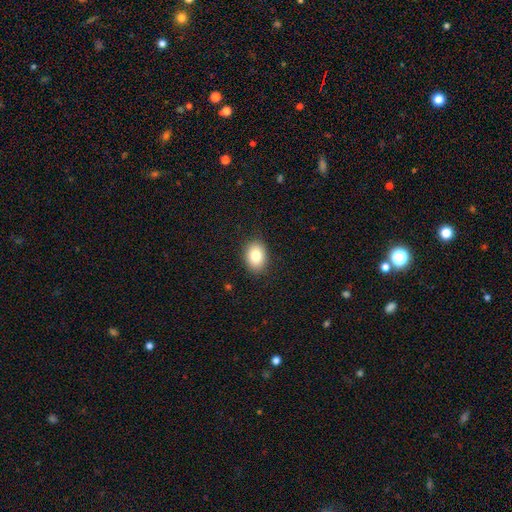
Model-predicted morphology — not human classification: Q: Smooth or featured?
A: smooth (82%); runner-up: featured or disk (10%)
Q: How rounded?
A: in between (75%); runner-up: round (24%)
Q: Merging?
A: none (88%); runner-up: minor disturbance (9%)